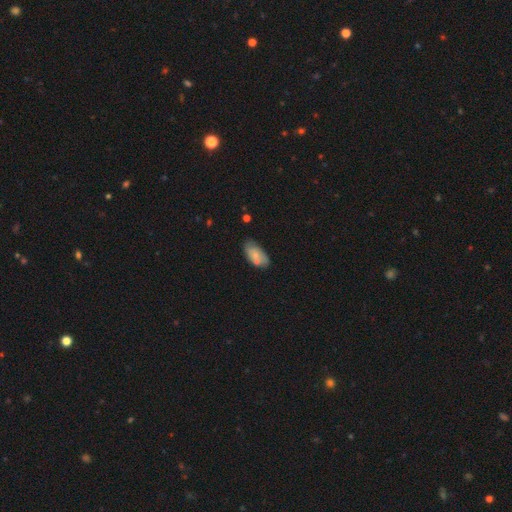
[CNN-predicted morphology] Q: Smooth or featured?
A: smooth (72%); runner-up: featured or disk (22%)
Q: How rounded?
A: in between (92%); runner-up: cigar-shaped (5%)
Q: Merging?
A: none (60%); runner-up: minor disturbance (23%)